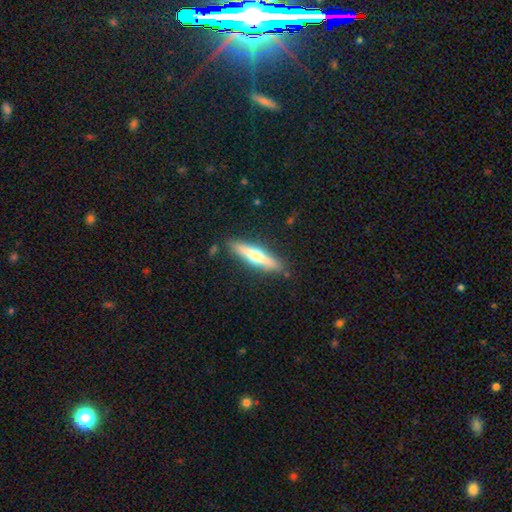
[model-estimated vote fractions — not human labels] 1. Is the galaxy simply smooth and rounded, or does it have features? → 52% featured or disk, 42% smooth, 6% star or artifact.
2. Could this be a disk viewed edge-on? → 92% yes, 8% no.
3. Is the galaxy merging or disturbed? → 86% none, 10% minor disturbance, 2% major disturbance, 2% merger.